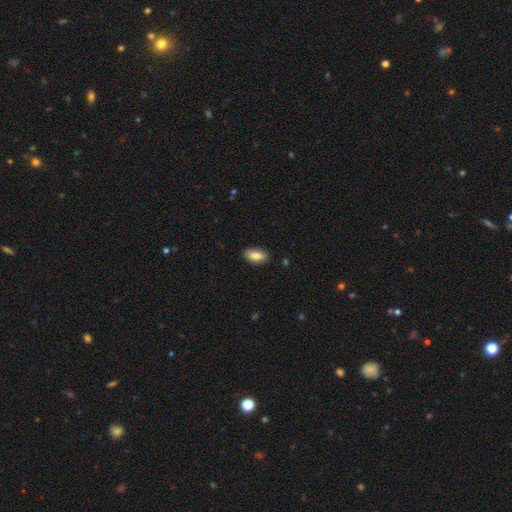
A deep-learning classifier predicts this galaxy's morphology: Smooth or featured? Predicted: smooth (p=0.82). How rounded? Predicted: in between (p=0.91). Merging? Predicted: none (p=0.88).